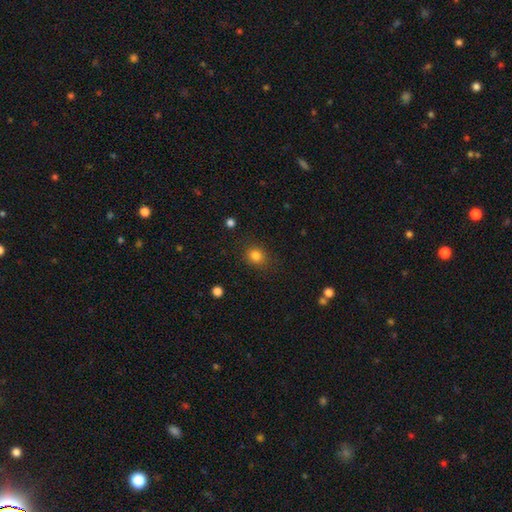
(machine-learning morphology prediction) Smooth or featured? smooth (83%)
How rounded? round (76%)
Merging? none (85%)